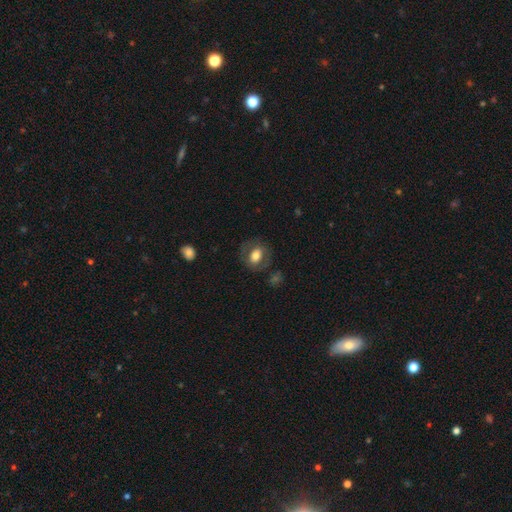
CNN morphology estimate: A smooth galaxy with no disk features (61%) that is in between round and cigar-shaped (55%).

Vote fractions:
- Smooth or featured? smooth: 61% / featured or disk: 32% / star or artifact: 7%
- How rounded? in between: 55% / round: 43% / cigar-shaped: 1%
- Merging? none: 75% / minor disturbance: 14% / major disturbance: 10% / merger: 2%